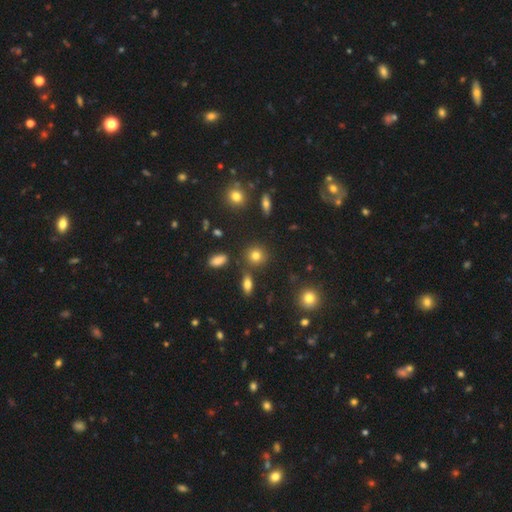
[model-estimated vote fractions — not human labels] smooth_or_featured: smooth (p=0.76) [alt: star or artifact p=0.14]
how_rounded: round (p=0.86) [alt: in between p=0.12]
merging: none (p=0.81) [alt: minor disturbance p=0.09]